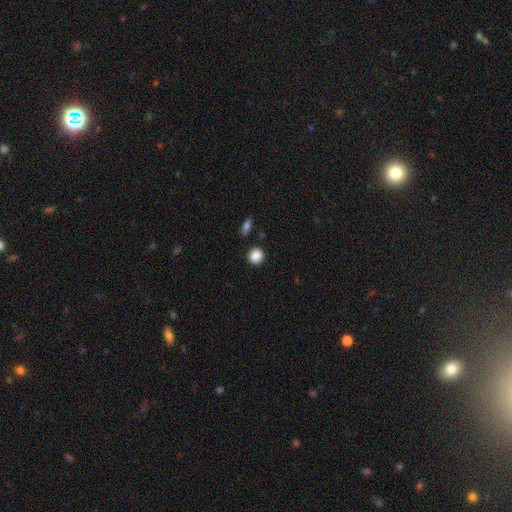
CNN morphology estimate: Smooth or featured? Predicted: smooth (p=0.87). How rounded? Predicted: round (p=0.85). Merging? Predicted: none (p=0.88).